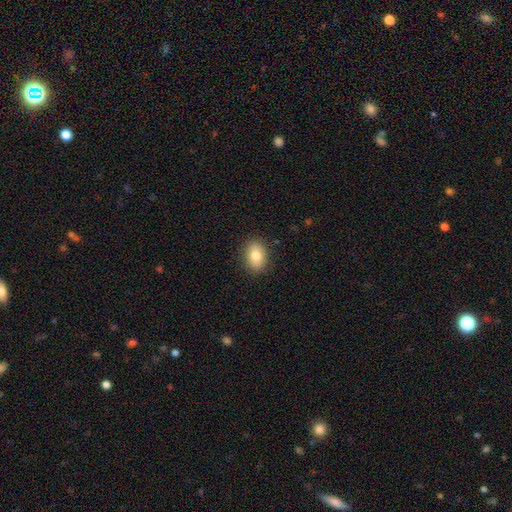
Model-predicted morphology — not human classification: A smooth galaxy with no disk features (80%) that is in between round and cigar-shaped (74%). Merging: none (88%).